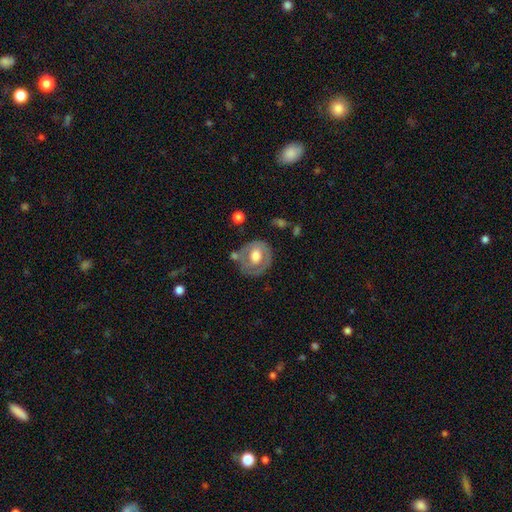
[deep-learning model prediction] Q: Smooth or featured?
A: featured or disk (51%); runner-up: smooth (43%)
Q: Edge-on disk?
A: no (95%); runner-up: yes (5%)
Q: Merging?
A: none (60%); runner-up: minor disturbance (22%)